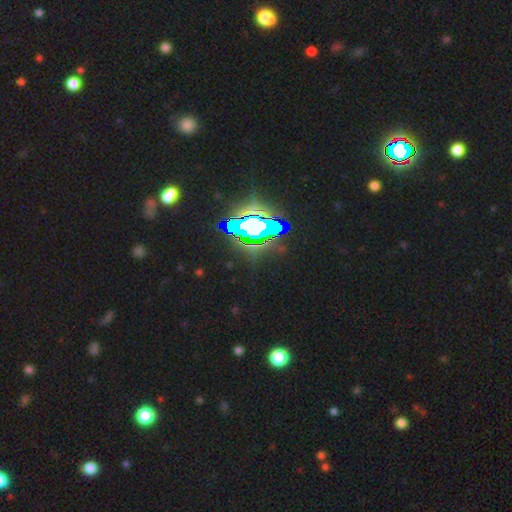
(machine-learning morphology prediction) type=star or artifact (83%).